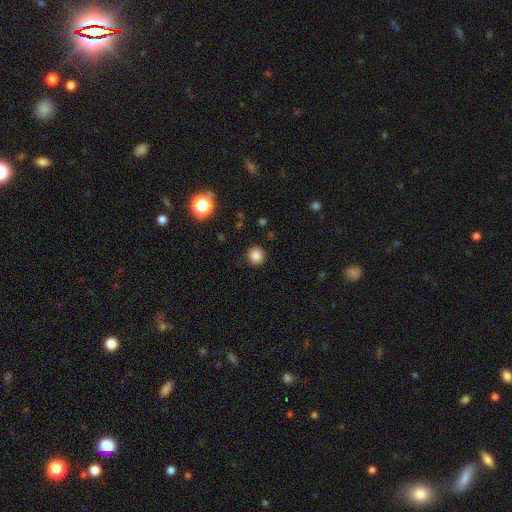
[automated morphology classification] smooth-or-featured: smooth: 84% | star or artifact: 12% | featured or disk: 4%
  how-rounded: round: 94% | in between: 5% | cigar-shaped: 1%
  merging: none: 91% | minor disturbance: 6% | major disturbance: 2% | merger: 1%